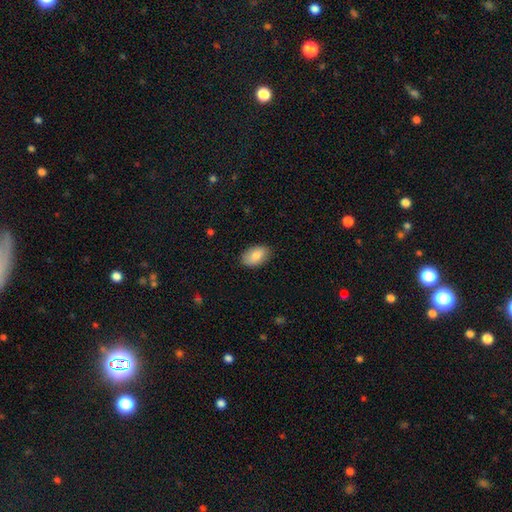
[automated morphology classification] The model was most divided on "merging": none: 84%, minor disturbance: 12%, major disturbance: 2%, merger: 1%. More confident: how rounded — in between (92%); smooth or featured — smooth (84%).